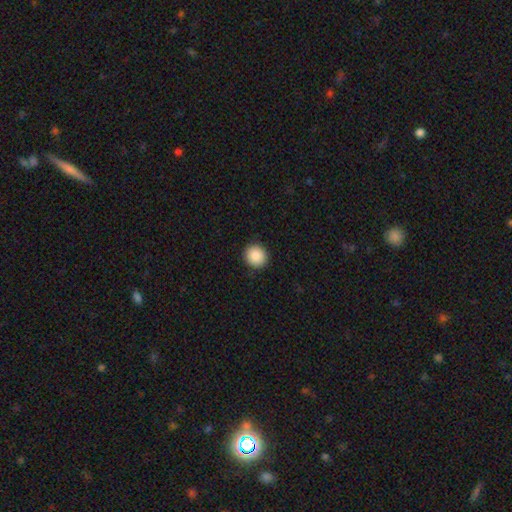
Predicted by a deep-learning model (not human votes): This is clearly a smooth galaxy (88%). How rounded: clearly round (92%). Merging: clearly none (92%).